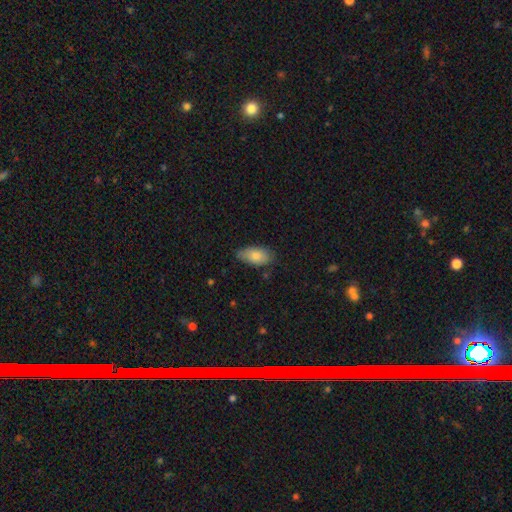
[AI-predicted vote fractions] Overall: smooth (80%). How rounded: in between (92%). Merging: none (76%).